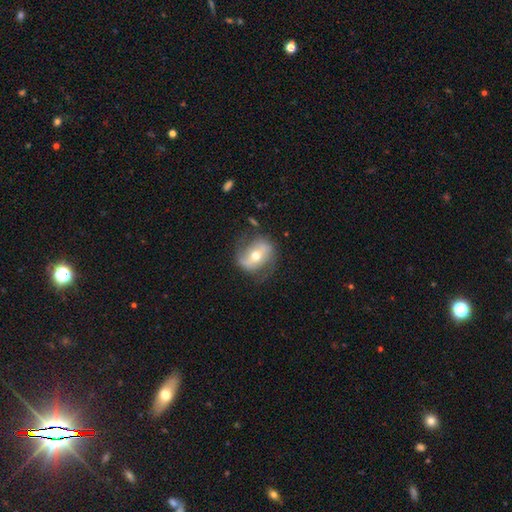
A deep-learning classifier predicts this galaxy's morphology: featured or disk 66%, smooth 27%, star or artifact 7%. Down the decision tree: edge-on disk — no (93%); bar — strong (39%); spiral arms — yes (74%); bulge size — moderate (67%); merging — none (68%).